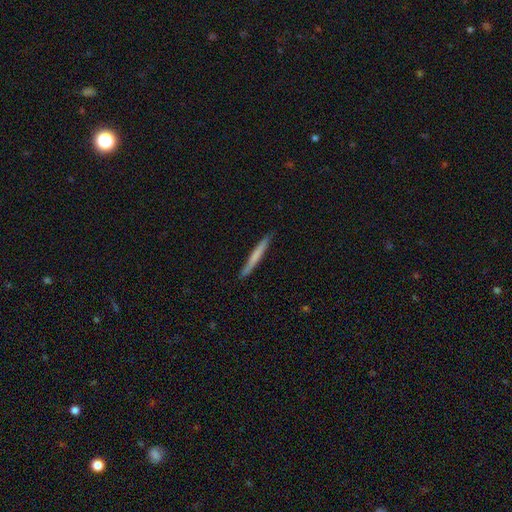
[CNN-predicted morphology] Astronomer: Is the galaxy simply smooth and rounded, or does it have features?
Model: smooth — 62%.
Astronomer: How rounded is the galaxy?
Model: cigar-shaped — 97%.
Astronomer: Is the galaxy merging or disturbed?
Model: none — 90%.